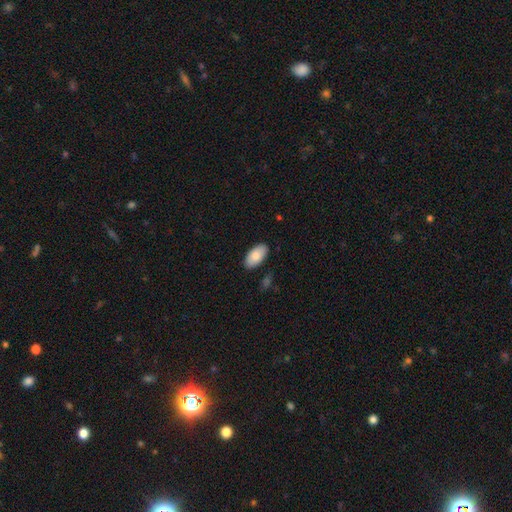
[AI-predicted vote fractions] Morphology: type=smooth (84%); roundness=in between (96%); merging=none (87%).